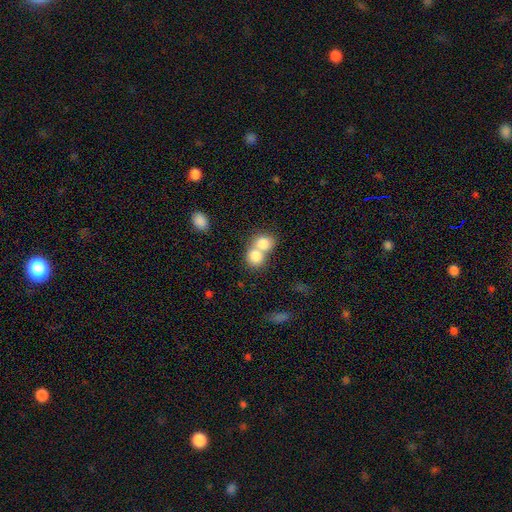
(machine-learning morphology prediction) Q: Smooth or featured?
A: smooth (80%); runner-up: featured or disk (13%)
Q: How rounded?
A: round (69%); runner-up: in between (30%)
Q: Merging?
A: merger (69%); runner-up: none (24%)